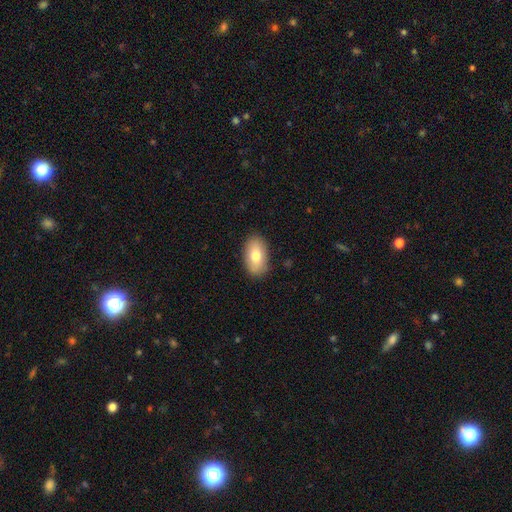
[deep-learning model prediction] A smooth galaxy with no disk features (77%) that is in between round and cigar-shaped (93%). Merging: none (87%).